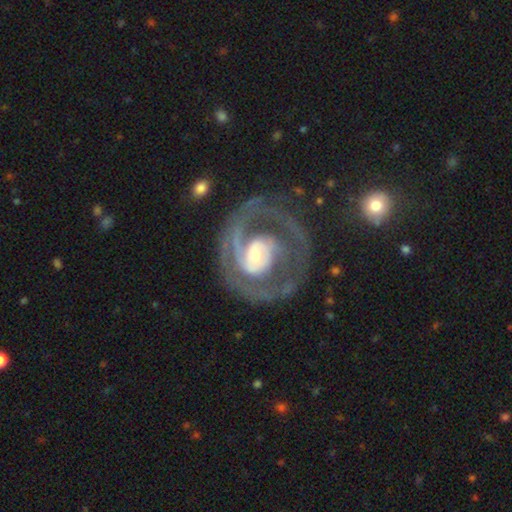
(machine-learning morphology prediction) This is clearly a featured or disk galaxy (87%). It is clearly not viewed edge-on (97%). Bar: possibly no (52%). Spiral arm pattern: clearly yes (92%). Spiral arm count: marginally 2 (41%). Spiral winding: possibly tight (48%). Central bulge: possibly moderate (46%). Merging: possibly none (57%).